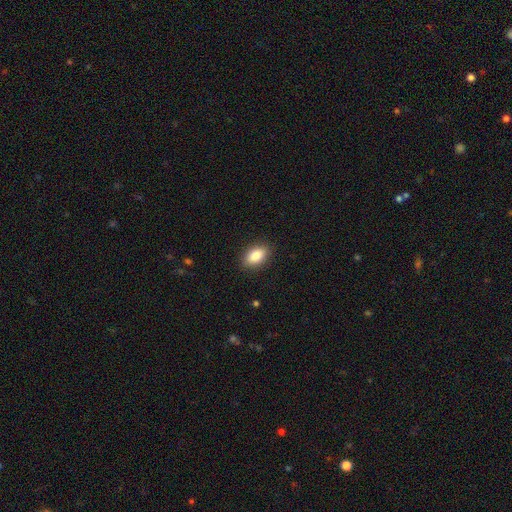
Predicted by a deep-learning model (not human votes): Smooth or featured: smooth — 85% (star or artifact — 7%)
How rounded: in between — 90% (round — 8%)
Merging: none — 89% (minor disturbance — 8%)